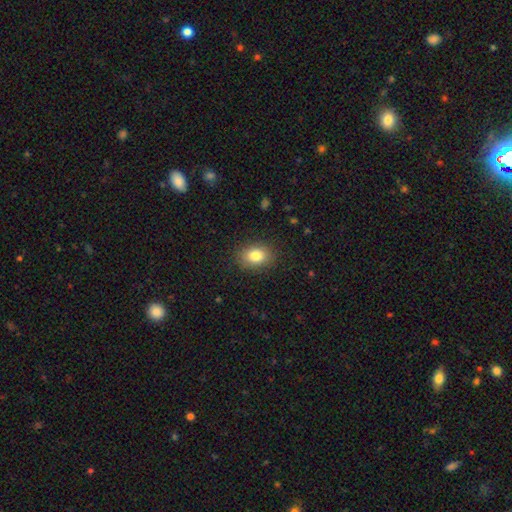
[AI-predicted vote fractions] Smooth or featured?
  - smooth: 82% *
  - star or artifact: 10%
  - featured or disk: 8%
How rounded?
  - in between: 63% *
  - round: 36%
  - cigar-shaped: 1%
Merging?
  - none: 87% *
  - minor disturbance: 9%
  - major disturbance: 3%
  - merger: 1%